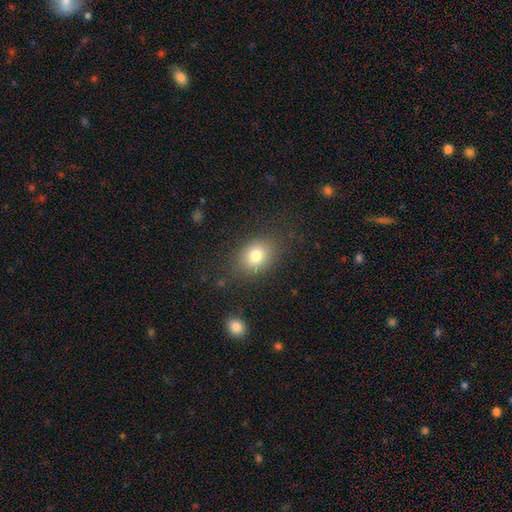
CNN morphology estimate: Q: Smooth or featured?
A: smooth (78%); runner-up: star or artifact (11%)
Q: How rounded?
A: in between (59%); runner-up: round (40%)
Q: Merging?
A: none (82%); runner-up: minor disturbance (11%)